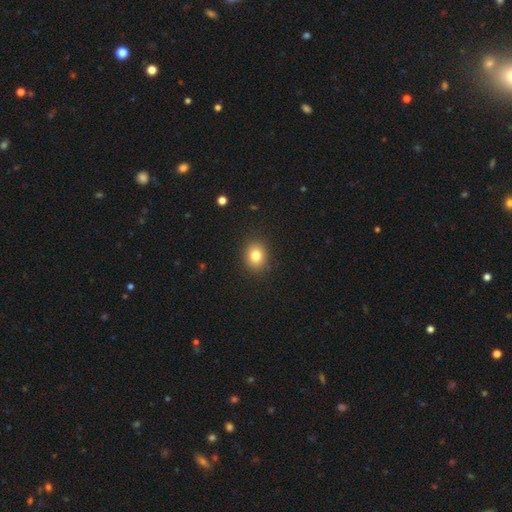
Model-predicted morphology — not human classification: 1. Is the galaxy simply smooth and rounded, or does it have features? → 81% smooth, 11% star or artifact, 8% featured or disk.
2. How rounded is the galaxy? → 61% round, 38% in between, 1% cigar-shaped.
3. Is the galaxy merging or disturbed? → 88% none, 8% minor disturbance, 3% major disturbance, 1% merger.